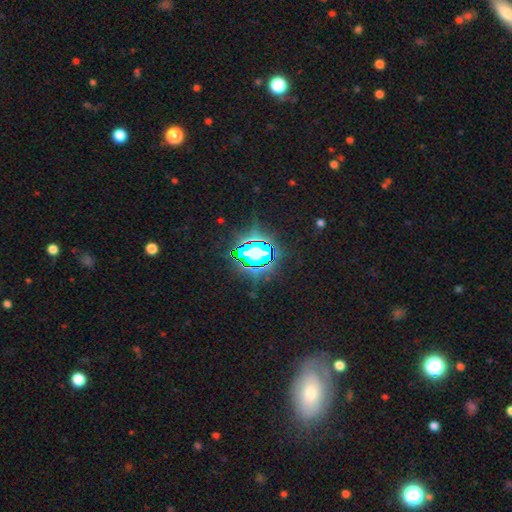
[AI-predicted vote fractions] This is likely a star or artifact rather than a galaxy (77%).